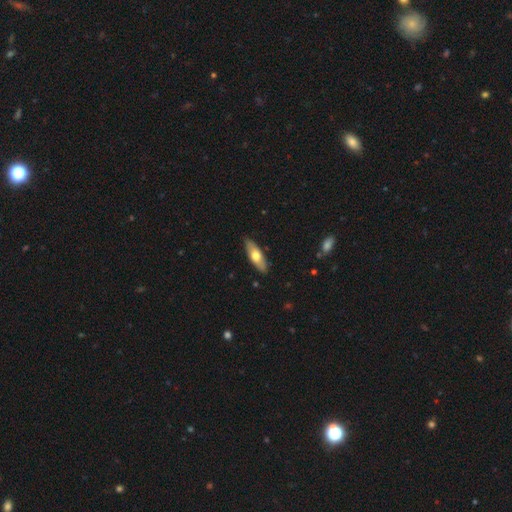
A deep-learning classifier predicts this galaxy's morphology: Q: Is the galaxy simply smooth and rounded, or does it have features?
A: smooth — 60%.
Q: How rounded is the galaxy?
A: in between — 60%.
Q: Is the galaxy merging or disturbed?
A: none — 87%.